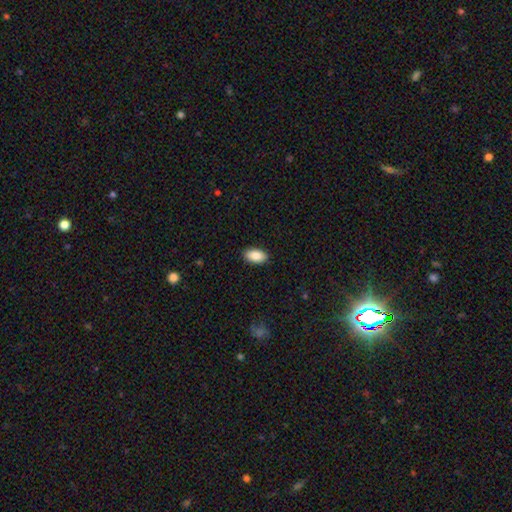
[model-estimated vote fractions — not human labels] Smooth or featured? smooth (89%)
How rounded? in between (94%)
Merging? none (90%)